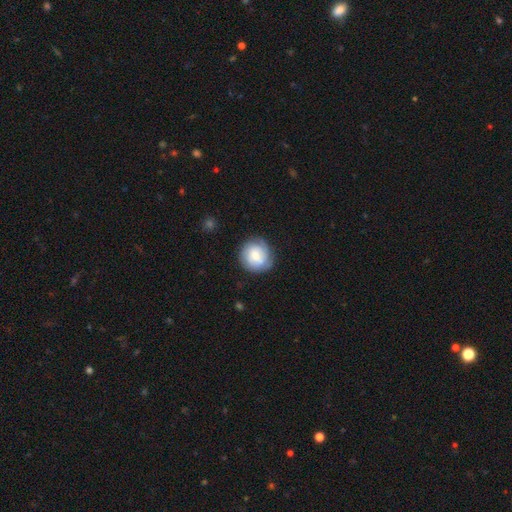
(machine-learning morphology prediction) Smooth or featured? Predicted: smooth (p=0.58). How rounded? Predicted: round (p=0.87). Merging? Predicted: none (p=0.70).